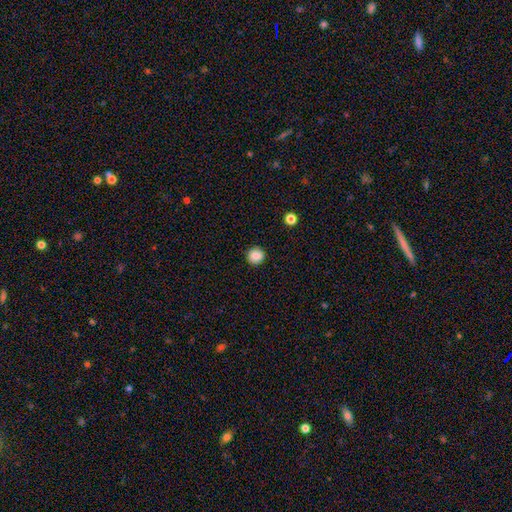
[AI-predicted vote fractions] smooth_or_featured: smooth (p=0.85) [alt: star or artifact p=0.10]
how_rounded: round (p=0.93) [alt: in between p=0.06]
merging: none (p=0.92) [alt: minor disturbance p=0.06]